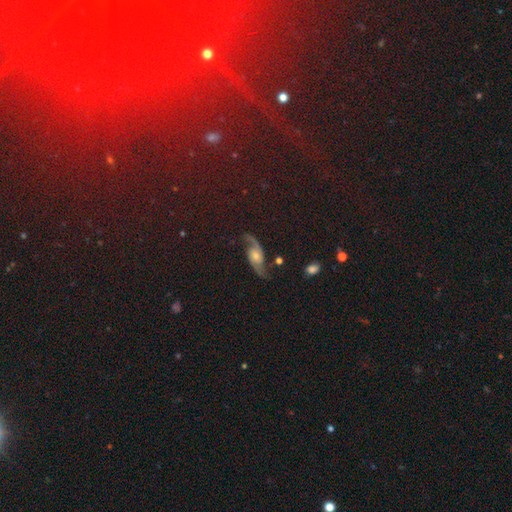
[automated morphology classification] featured or disk 81%, smooth 10%, star or artifact 9%. Down the decision tree: edge-on disk — no (93%); bar — no (65%); spiral arms — yes (96%); spiral arm count — 2 (93%); spiral winding — loose (66%); bulge size — moderate (46%); merging — none (73%).